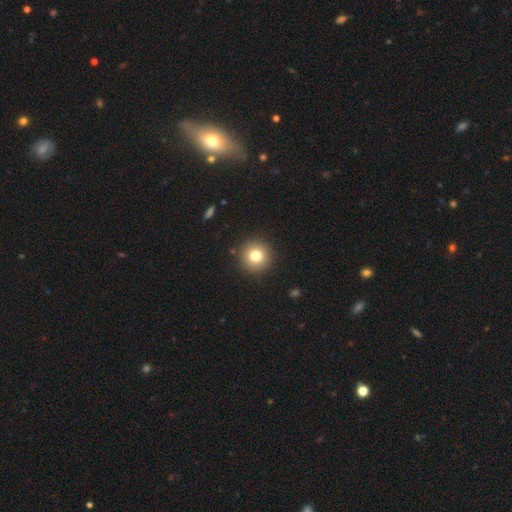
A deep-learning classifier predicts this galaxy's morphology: Overall: smooth (78%). How rounded: round (95%). Merging: none (91%).